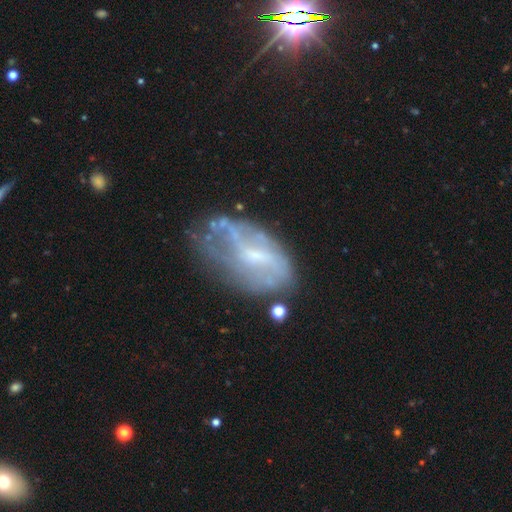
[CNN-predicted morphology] smooth_or_featured: featured or disk (p=0.68) [alt: smooth p=0.23]
disk_edge_on: no (p=0.95) [alt: yes p=0.05]
bar: weak (p=0.47) [alt: no p=0.37]
has_spiral_arms: yes (p=0.55) [alt: no p=0.45]
bulge_size: small (p=0.49) [alt: moderate p=0.26]
merging: none (p=0.41) [alt: minor disturbance p=0.28]